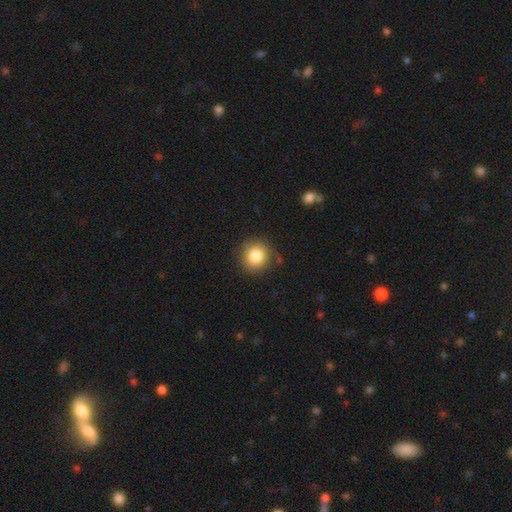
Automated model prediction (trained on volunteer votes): Smooth or featured: smooth — 83% (star or artifact — 10%)
How rounded: round — 92% (in between — 7%)
Merging: none — 83% (minor disturbance — 12%)